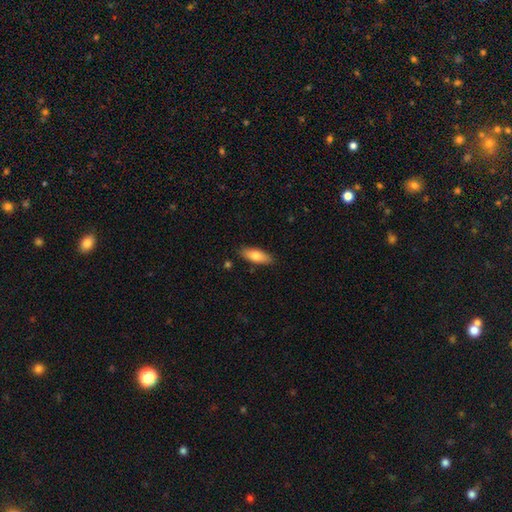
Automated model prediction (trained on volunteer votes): Smooth or featured: smooth — 78% (featured or disk — 16%)
How rounded: in between — 73% (cigar-shaped — 25%)
Merging: none — 86% (minor disturbance — 10%)